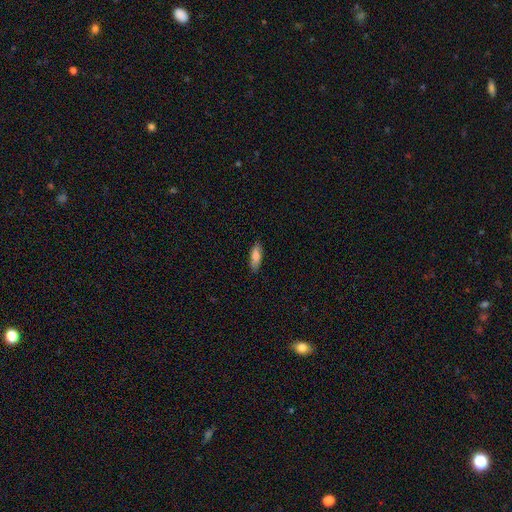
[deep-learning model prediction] Q: Smooth or featured?
A: smooth (82%); runner-up: featured or disk (12%)
Q: How rounded?
A: in between (55%); runner-up: cigar-shaped (43%)
Q: Merging?
A: none (85%); runner-up: minor disturbance (12%)